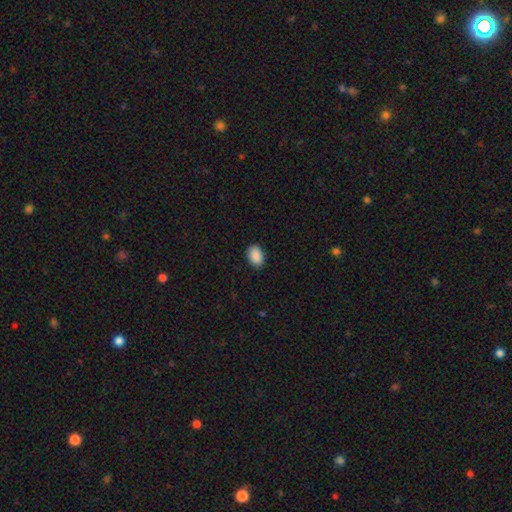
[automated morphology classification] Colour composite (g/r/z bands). It shows a smooth galaxy with no disk features (90%) that is in between round and cigar-shaped (86%). Merging: none (89%).